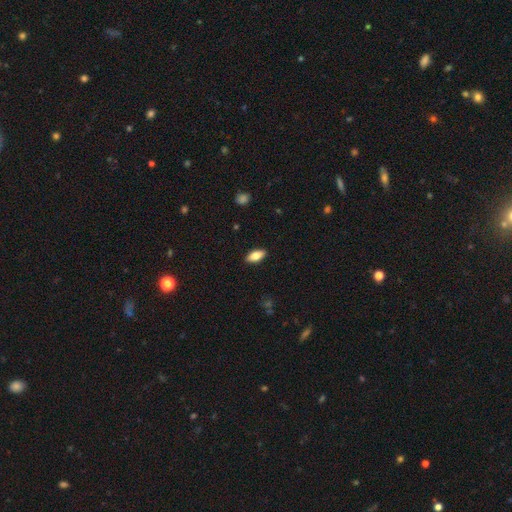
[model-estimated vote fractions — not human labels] Q: Smooth or featured?
A: smooth (76%); runner-up: featured or disk (17%)
Q: How rounded?
A: in between (84%); runner-up: cigar-shaped (13%)
Q: Merging?
A: none (89%); runner-up: minor disturbance (8%)